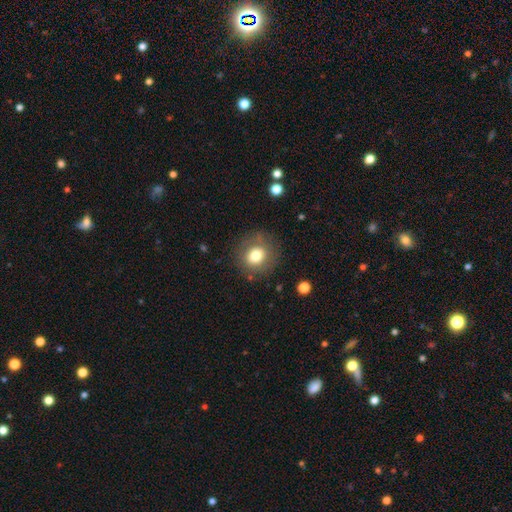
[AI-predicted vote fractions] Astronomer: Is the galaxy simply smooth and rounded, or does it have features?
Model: smooth — 75%.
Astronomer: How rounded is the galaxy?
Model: round — 84%.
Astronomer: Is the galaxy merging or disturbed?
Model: none — 80%.